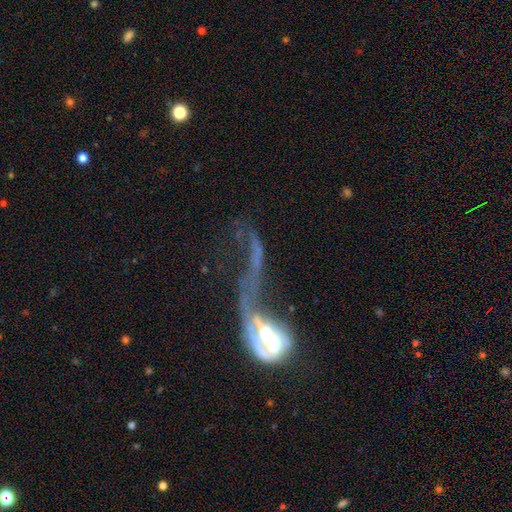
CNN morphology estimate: This appears to be a featured or disk galaxy (62%) with no bar (62%), spiral arms (50%, tied with no) and a moderate central bulge (39%). Merging: merger (44%).